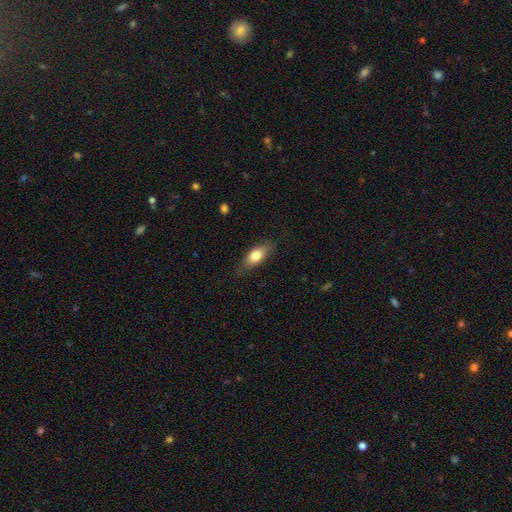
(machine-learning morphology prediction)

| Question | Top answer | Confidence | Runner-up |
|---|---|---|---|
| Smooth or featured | smooth | 73% | featured or disk (20%) |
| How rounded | in between | 77% | cigar-shaped (18%) |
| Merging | none | 78% | minor disturbance (18%) |